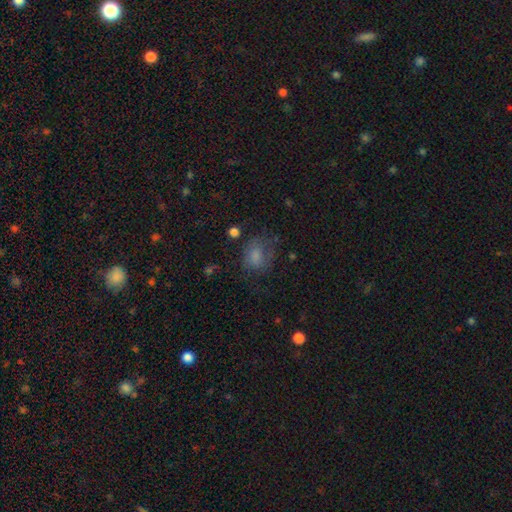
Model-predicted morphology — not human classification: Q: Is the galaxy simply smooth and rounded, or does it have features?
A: smooth — 72%.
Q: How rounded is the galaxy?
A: in between — 52%.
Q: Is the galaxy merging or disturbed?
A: none — 51%.